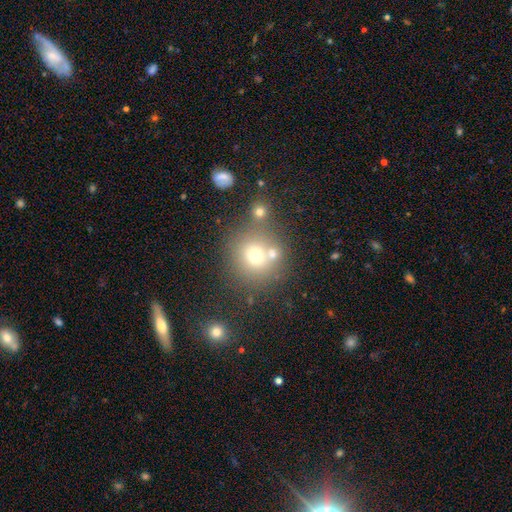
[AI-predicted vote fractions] This appears to be a smooth galaxy with no disk features (65%) that is round (89%). Merging: none (62%).